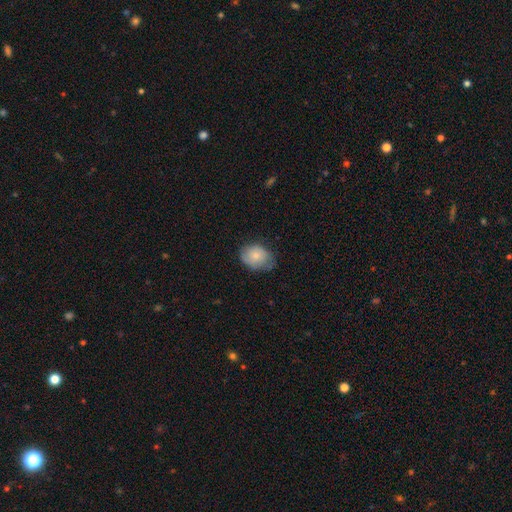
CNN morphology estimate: This appears to be a smooth galaxy with no disk features (79%) that is in between round and cigar-shaped (65%). Merging: none (60%).